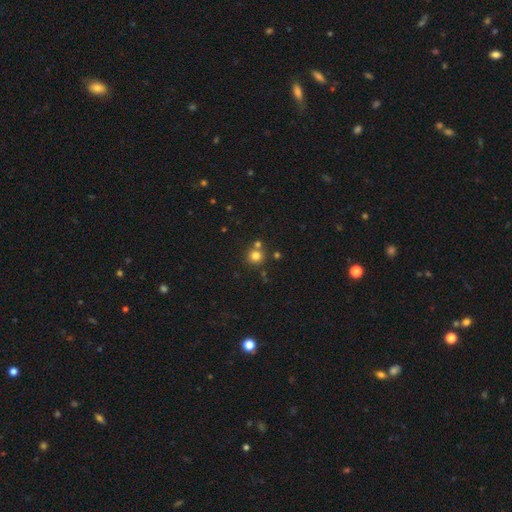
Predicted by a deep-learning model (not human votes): smooth_or_featured: smooth (p=0.78) [alt: star or artifact p=0.15]
how_rounded: round (p=0.93) [alt: in between p=0.07]
merging: none (p=0.69) [alt: merger p=0.21]